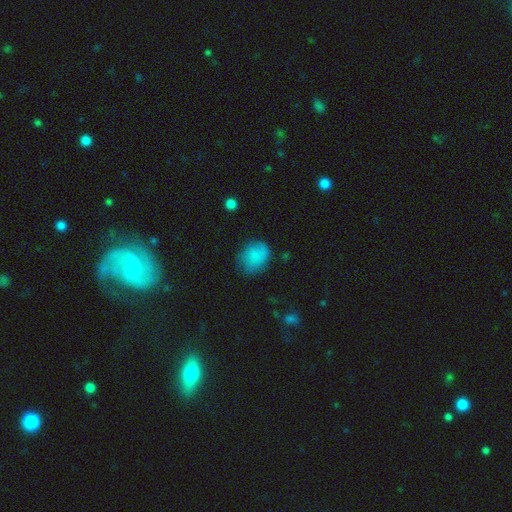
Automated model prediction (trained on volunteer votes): Smooth or featured: smooth — 81% (featured or disk — 10%)
How rounded: round — 53% (in between — 46%)
Merging: none — 67% (minor disturbance — 24%)